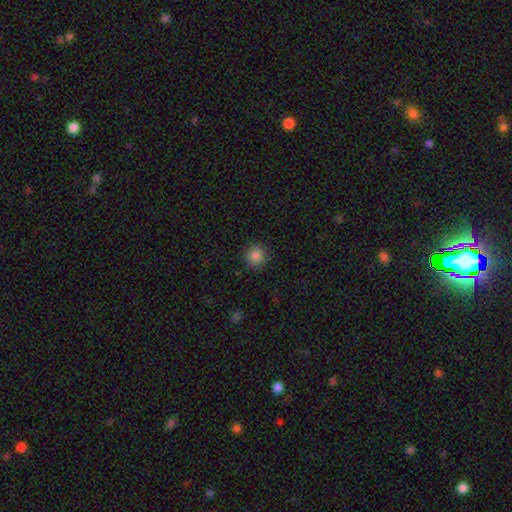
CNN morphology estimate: A smooth galaxy with no disk features (84%) that is round (94%). Merging: none (90%).